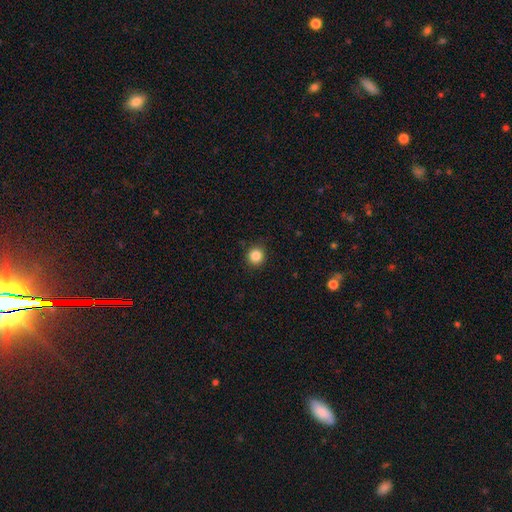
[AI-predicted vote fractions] This is clearly a smooth galaxy (85%). How rounded: clearly round (93%). Merging: clearly none (90%).